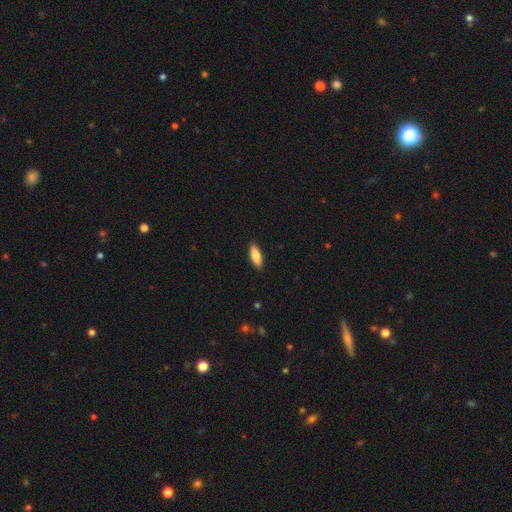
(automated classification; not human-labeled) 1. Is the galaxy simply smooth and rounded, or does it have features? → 81% smooth, 13% featured or disk, 6% star or artifact.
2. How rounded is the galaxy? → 65% in between, 34% cigar-shaped, 2% round.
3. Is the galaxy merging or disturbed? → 90% none, 8% minor disturbance, 2% major disturbance, 1% merger.